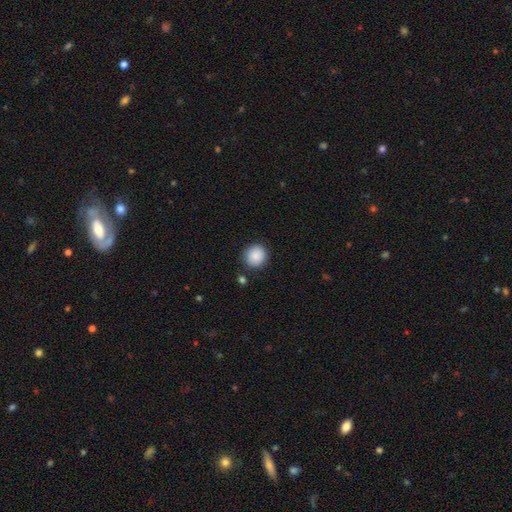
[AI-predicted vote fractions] smooth_or_featured: smooth (p=0.88) [alt: star or artifact p=0.07]
how_rounded: round (p=0.87) [alt: in between p=0.12]
merging: none (p=0.86) [alt: minor disturbance p=0.09]